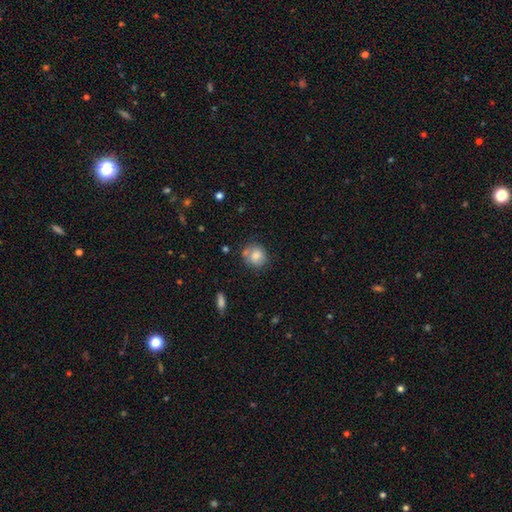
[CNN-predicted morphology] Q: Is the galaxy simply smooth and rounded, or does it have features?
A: smooth — 76%.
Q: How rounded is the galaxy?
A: round — 82%.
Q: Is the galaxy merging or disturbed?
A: none — 66%.